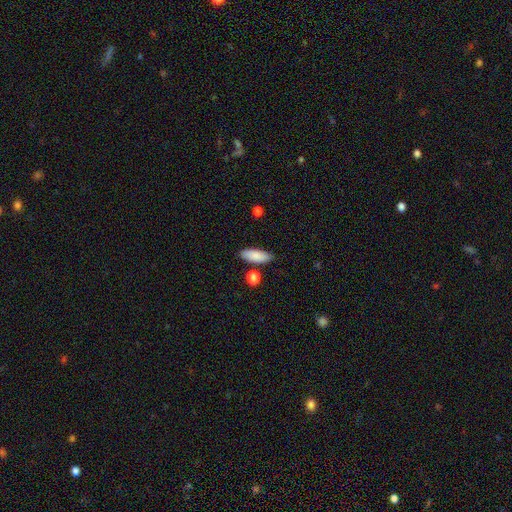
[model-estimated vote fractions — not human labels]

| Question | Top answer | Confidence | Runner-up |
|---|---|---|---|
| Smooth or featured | smooth | 85% | featured or disk (8%) |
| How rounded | in between | 74% | cigar-shaped (24%) |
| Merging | none | 80% | minor disturbance (12%) |